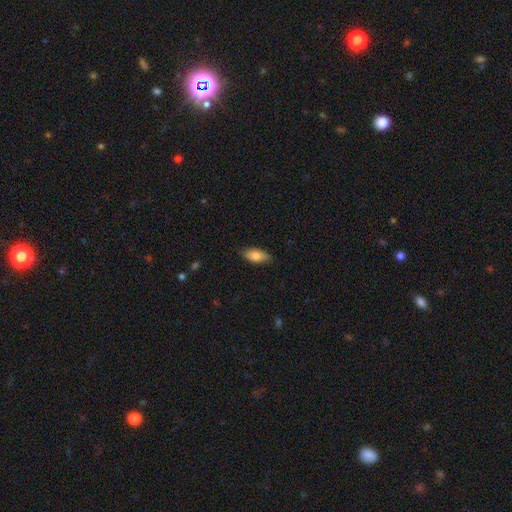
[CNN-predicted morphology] smooth 79%, featured or disk 15%, star or artifact 7%. Down the decision tree: how rounded — in between (86%); merging — none (81%).